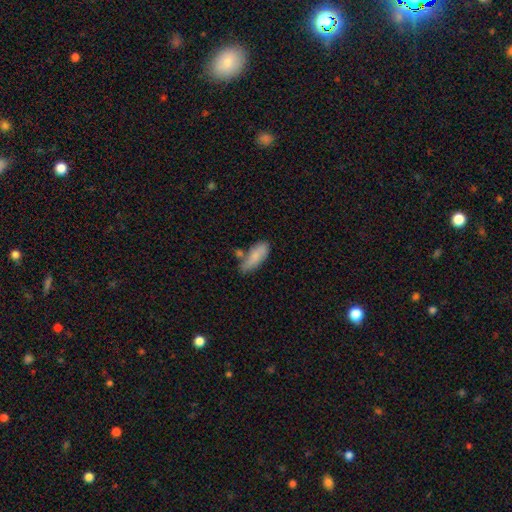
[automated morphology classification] type=smooth (79%); roundness=in between (73%); merging=none (50%).